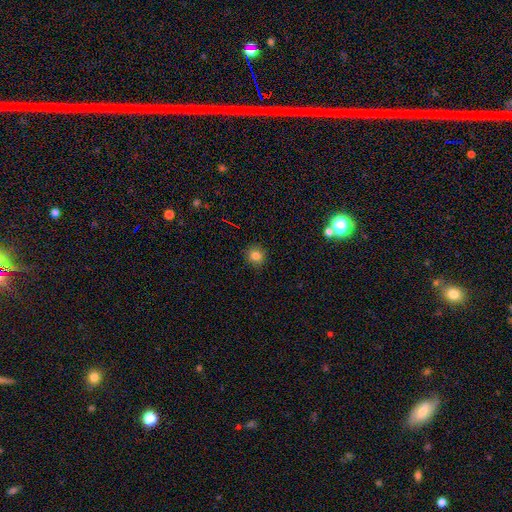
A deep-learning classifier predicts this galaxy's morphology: A smooth galaxy with no disk features (82%) that is round (88%).

Vote fractions:
- Smooth or featured? smooth: 82% / star or artifact: 13% / featured or disk: 5%
- How rounded? round: 88% / in between: 11% / cigar-shaped: 1%
- Merging? none: 89% / minor disturbance: 8% / major disturbance: 2% / merger: 1%